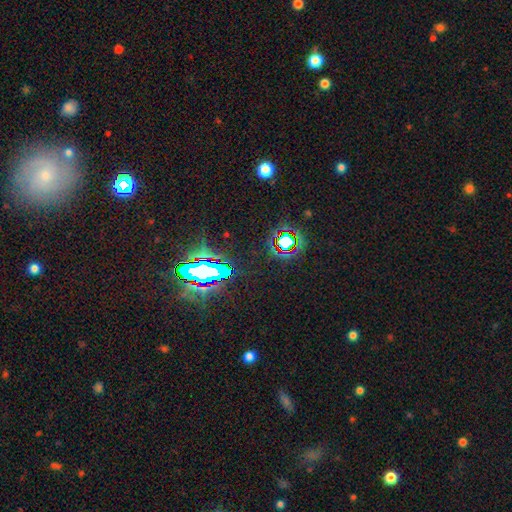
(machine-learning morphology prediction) Smooth or featured?
  - star or artifact: 83% *
  - smooth: 9%
  - featured or disk: 8%